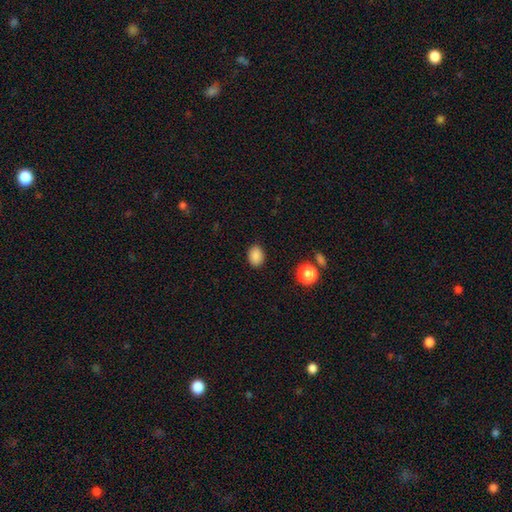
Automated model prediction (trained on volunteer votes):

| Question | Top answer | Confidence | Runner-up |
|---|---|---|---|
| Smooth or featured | smooth | 87% | star or artifact (10%) |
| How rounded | in between | 70% | round (29%) |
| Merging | none | 88% | minor disturbance (9%) |